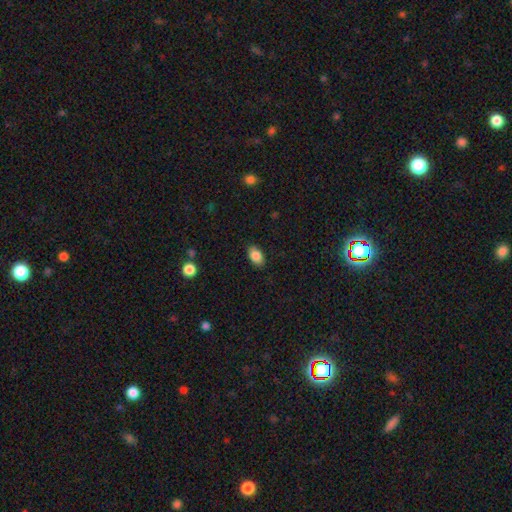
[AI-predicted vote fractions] smooth 86%, star or artifact 8%, featured or disk 6%. Down the decision tree: how rounded — in between (90%); merging — none (87%).